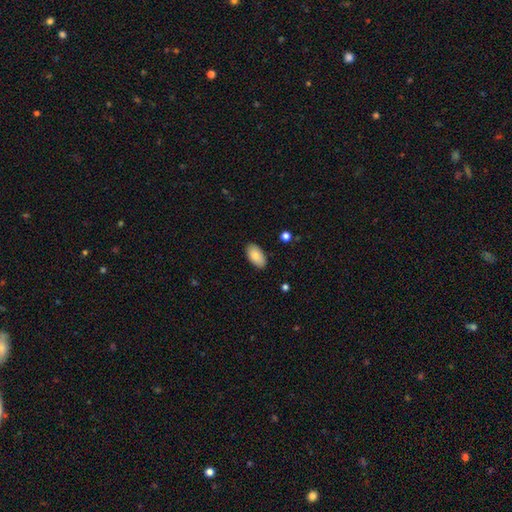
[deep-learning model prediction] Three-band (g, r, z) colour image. It shows a smooth galaxy with no disk features (85%) that is in between round and cigar-shaped (95%). Merging: none (88%).